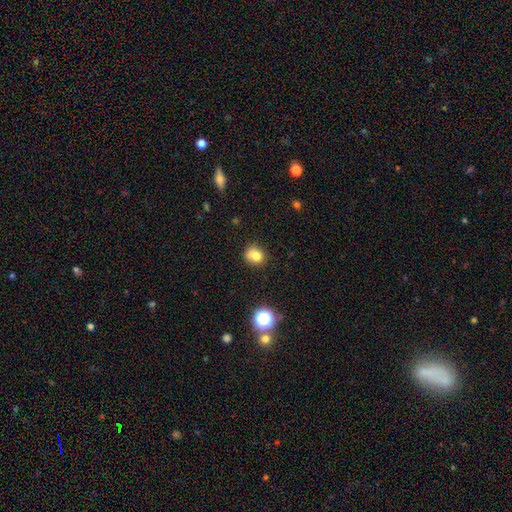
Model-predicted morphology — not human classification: A smooth galaxy with no disk features (77%) that is round (71%). Merging: none (65%).